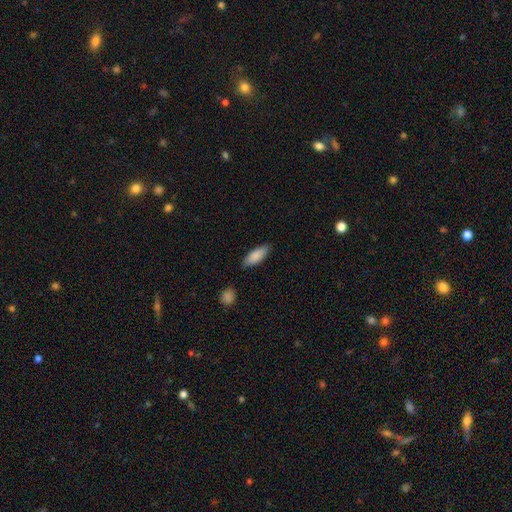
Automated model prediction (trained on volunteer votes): Overall: smooth (86%). How rounded: in between (73%). Merging: none (80%).